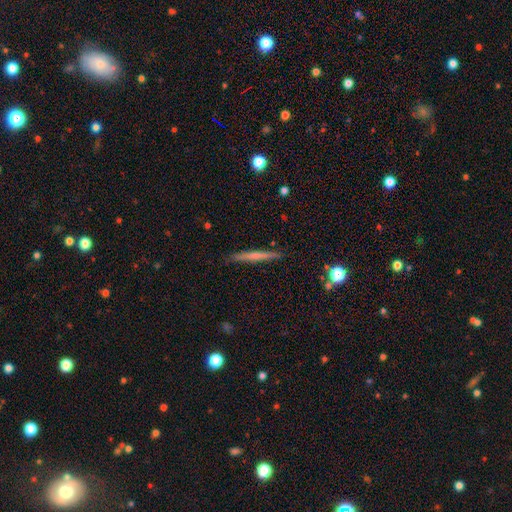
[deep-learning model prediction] Smooth or featured? Predicted: featured or disk (p=0.48). Merging? Predicted: none (p=0.90).